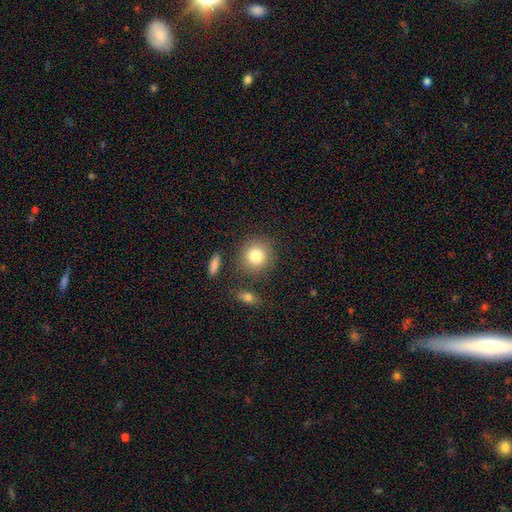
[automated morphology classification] Smooth or featured? smooth (82%)
How rounded? round (85%)
Merging? none (81%)